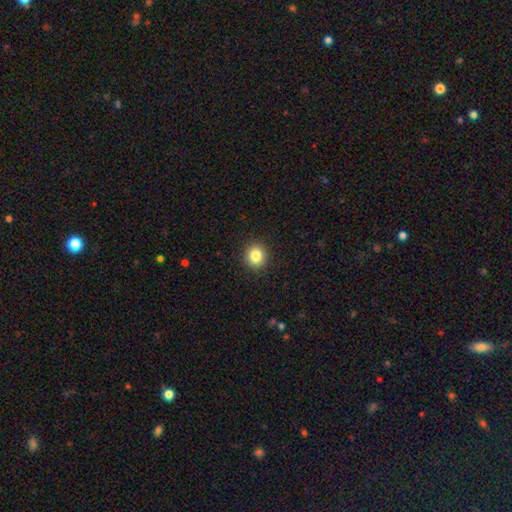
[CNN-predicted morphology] A smooth galaxy with no disk features (84%) that is round (83%).

Vote fractions:
- Smooth or featured? smooth: 84% / star or artifact: 10% / featured or disk: 6%
- How rounded? round: 83% / in between: 16% / cigar-shaped: 1%
- Merging? none: 91% / minor disturbance: 6% / major disturbance: 2% / merger: 1%